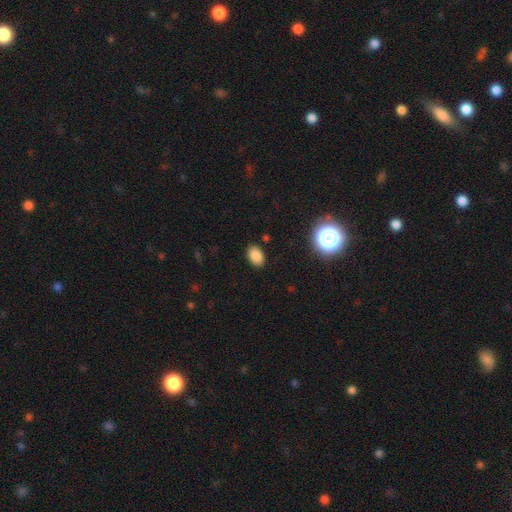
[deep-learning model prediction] Smooth or featured? Predicted: smooth (p=0.84). How rounded? Predicted: in between (p=0.84). Merging? Predicted: none (p=0.87).